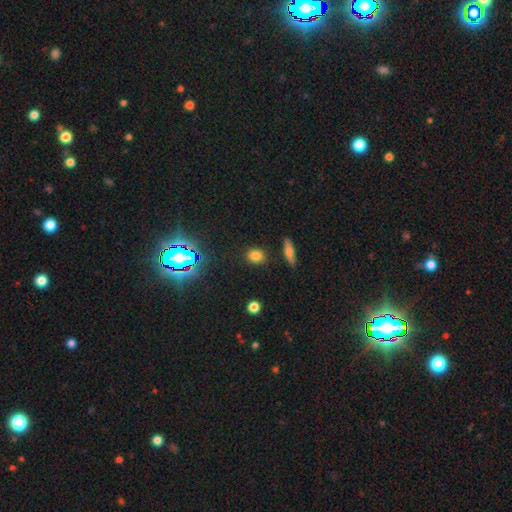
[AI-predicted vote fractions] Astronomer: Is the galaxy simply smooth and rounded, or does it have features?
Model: smooth — 78%.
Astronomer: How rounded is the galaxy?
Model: round — 62%.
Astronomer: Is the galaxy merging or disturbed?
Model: none — 87%.